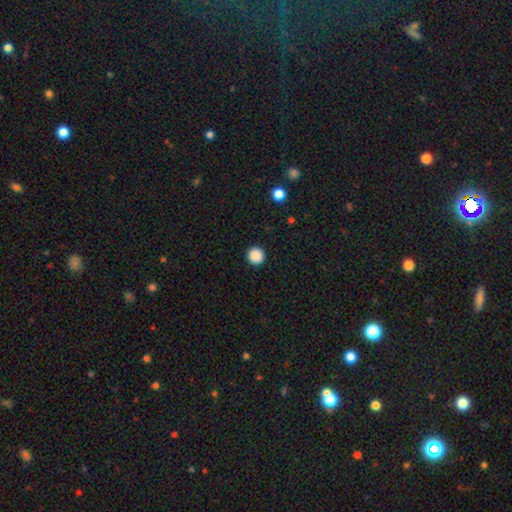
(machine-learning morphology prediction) This appears to be a smooth galaxy with no disk features (89%) that is round (94%). Merging: none (93%).